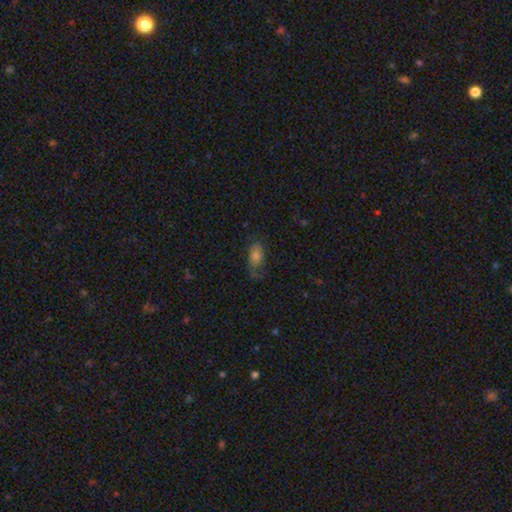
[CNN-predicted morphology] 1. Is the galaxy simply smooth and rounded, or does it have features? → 58% smooth, 28% featured or disk, 14% star or artifact.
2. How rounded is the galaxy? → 84% in between, 9% cigar-shaped, 8% round.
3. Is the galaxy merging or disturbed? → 57% none, 25% minor disturbance, 16% major disturbance, 2% merger.